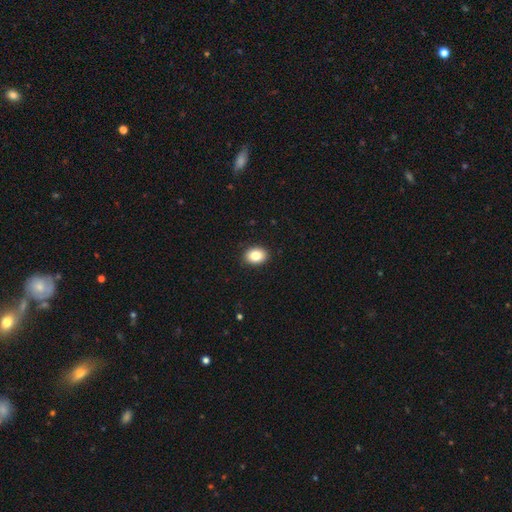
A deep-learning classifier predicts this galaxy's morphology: This is clearly a smooth galaxy (85%). How rounded: likely in between (68%). Merging: clearly none (90%).